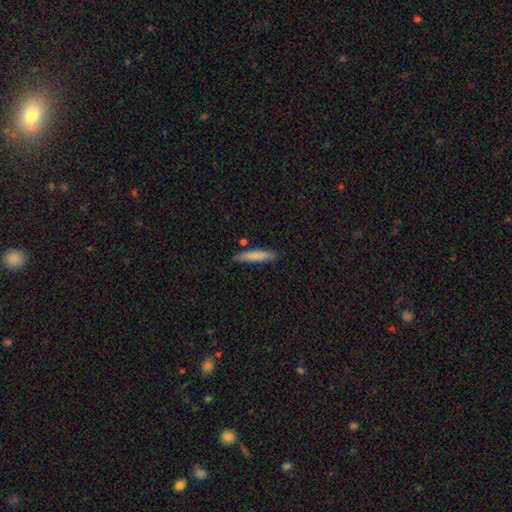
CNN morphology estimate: Smooth or featured? smooth (81%)
How rounded? cigar-shaped (86%)
Merging? none (78%)